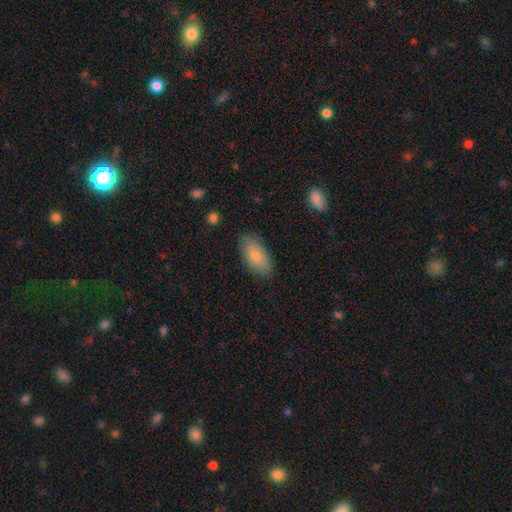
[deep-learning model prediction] A smooth galaxy with no disk features (81%) that is in between round and cigar-shaped (92%).

Vote fractions:
- Smooth or featured? smooth: 81% / featured or disk: 13% / star or artifact: 6%
- How rounded? in between: 92% / cigar-shaped: 5% / round: 3%
- Merging? none: 83% / minor disturbance: 13% / major disturbance: 3% / merger: 1%